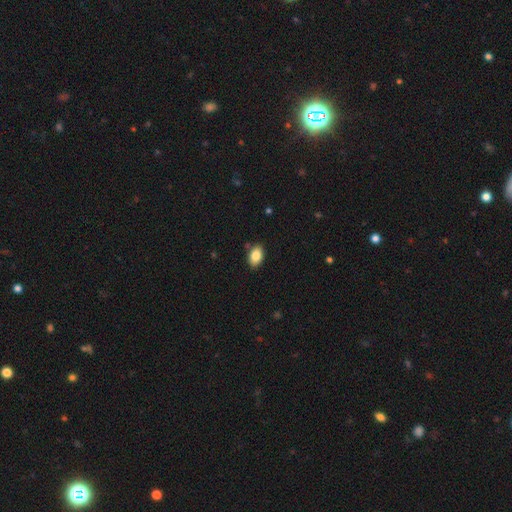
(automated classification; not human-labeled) Smooth or featured? Predicted: smooth (p=0.85). How rounded? Predicted: in between (p=0.89). Merging? Predicted: none (p=0.85).